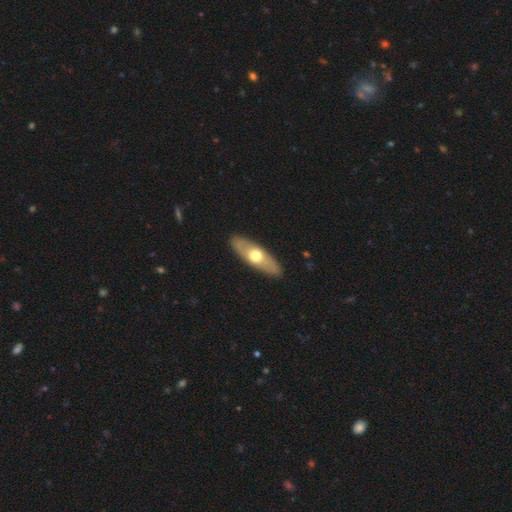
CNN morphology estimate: A smooth galaxy with no disk features (48%, tied with featured or disk).

Vote fractions:
- Smooth or featured? smooth: 48% (tied) / featured or disk: 48% (tied) / star or artifact: 4%
- Merging? none: 89% / minor disturbance: 8% / major disturbance: 2% / merger: 1%